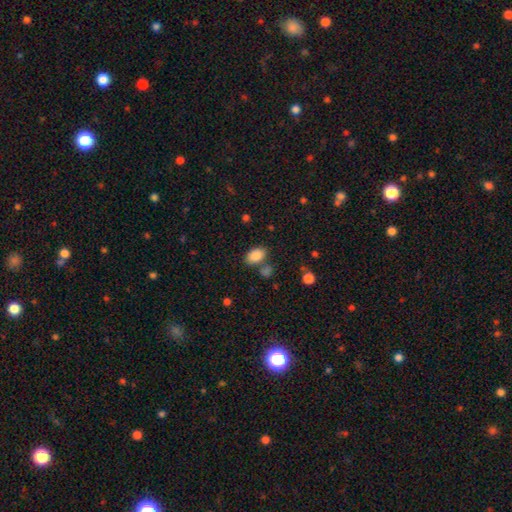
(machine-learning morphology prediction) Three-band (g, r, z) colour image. It shows a smooth galaxy with no disk features (86%) that is in between round and cigar-shaped (85%). Merging: none (70%).